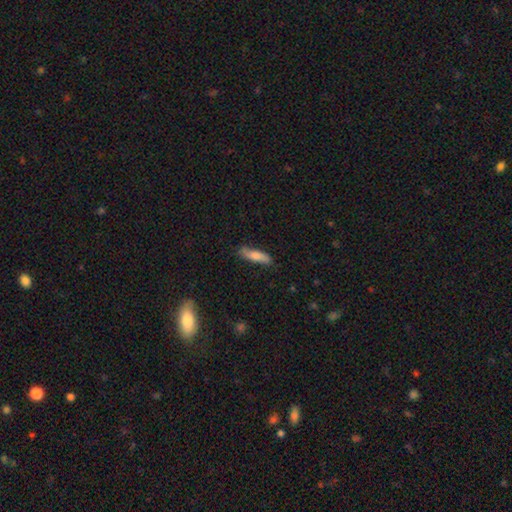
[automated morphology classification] smooth-or-featured: smooth: 73% | featured or disk: 20% | star or artifact: 6%
  how-rounded: cigar-shaped: 71% | in between: 27% | round: 2%
  merging: none: 76% | minor disturbance: 18% | major disturbance: 4% | merger: 2%